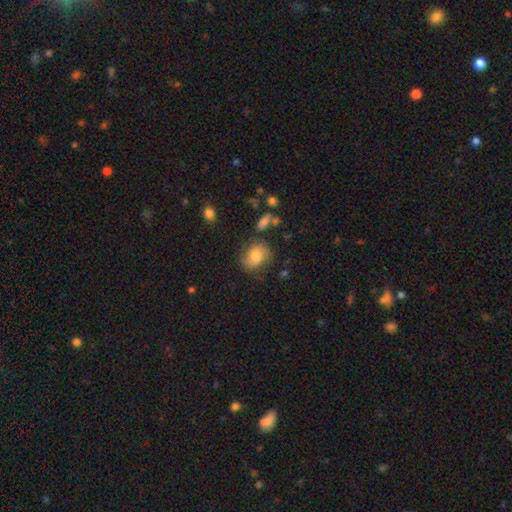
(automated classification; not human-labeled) Smooth or featured? smooth (71%)
How rounded? in between (59%)
Merging? none (65%)